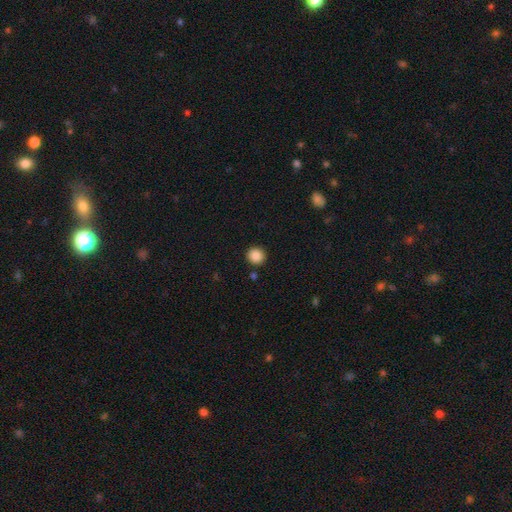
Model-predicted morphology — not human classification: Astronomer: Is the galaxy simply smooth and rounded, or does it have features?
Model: smooth — 88%.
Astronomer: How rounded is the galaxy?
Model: round — 92%.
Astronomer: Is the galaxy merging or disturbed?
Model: none — 90%.